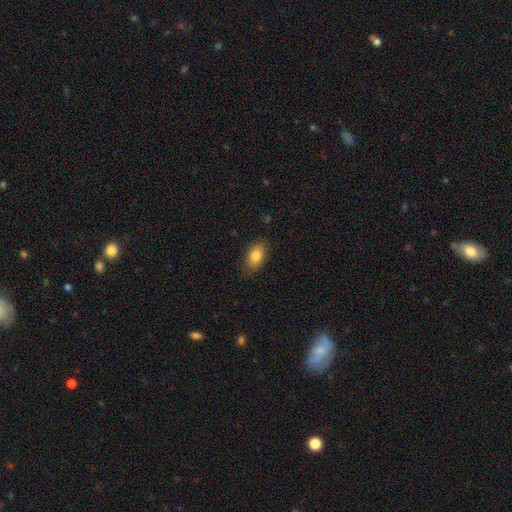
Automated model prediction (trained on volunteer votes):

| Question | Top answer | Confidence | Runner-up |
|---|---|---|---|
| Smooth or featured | smooth | 84% | featured or disk (8%) |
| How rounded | in between | 89% | round (8%) |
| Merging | none | 82% | minor disturbance (13%) |